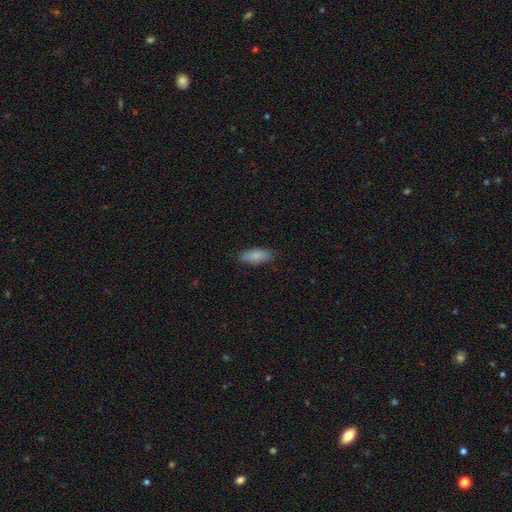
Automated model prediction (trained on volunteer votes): Smooth or featured: smooth — 85% (featured or disk — 8%)
How rounded: in between — 77% (cigar-shaped — 20%)
Merging: none — 83% (minor disturbance — 14%)